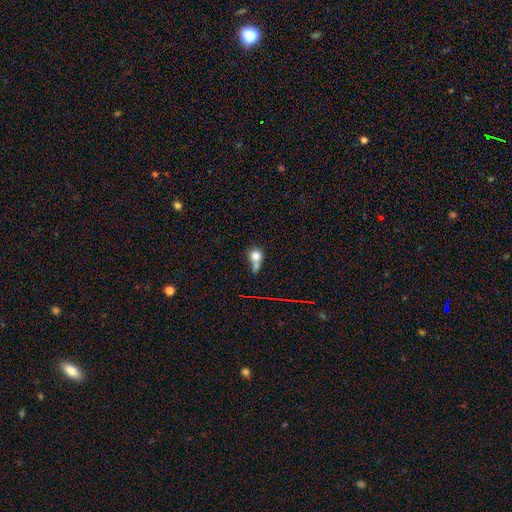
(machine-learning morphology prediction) smooth 72%, featured or disk 15%, star or artifact 12%. Down the decision tree: how rounded — round (77%); merging — merger (44%).